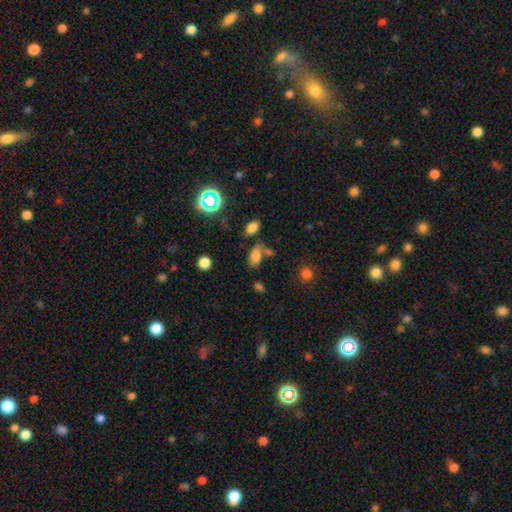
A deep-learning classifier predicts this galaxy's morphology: Smooth or featured? smooth (76%)
How rounded? in between (91%)
Merging? none (56%)